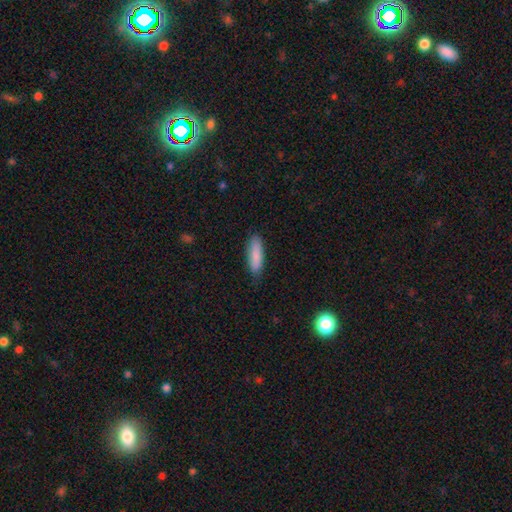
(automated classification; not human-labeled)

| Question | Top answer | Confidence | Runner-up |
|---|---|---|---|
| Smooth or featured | smooth | 86% | featured or disk (8%) |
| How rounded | cigar-shaped | 59% | in between (39%) |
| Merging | none | 83% | minor disturbance (13%) |